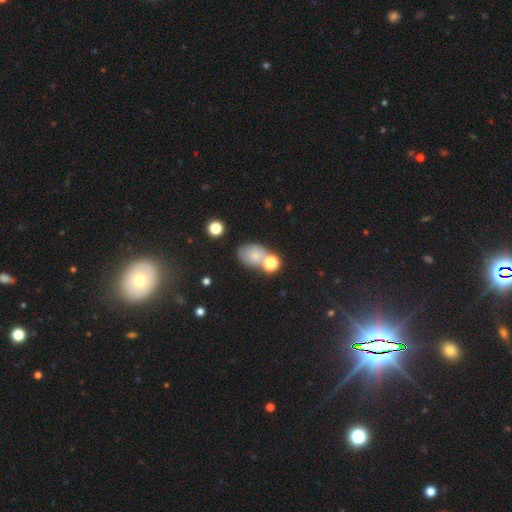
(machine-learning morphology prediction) smooth_or_featured: smooth (p=0.71) [alt: featured or disk p=0.15]
how_rounded: in between (p=0.69) [alt: round p=0.30]
merging: none (p=0.49) [alt: merger p=0.27]